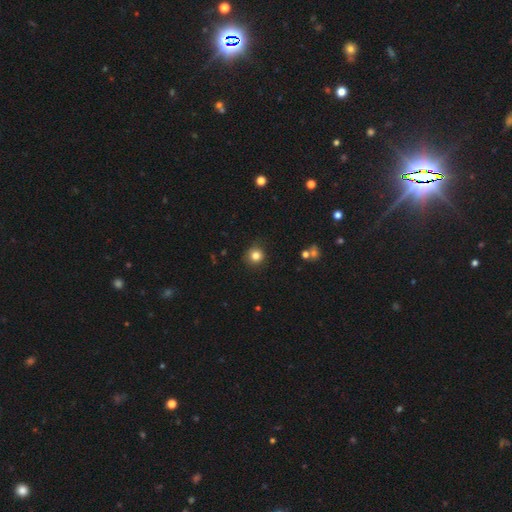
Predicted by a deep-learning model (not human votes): This appears to be a smooth galaxy with no disk features (82%) that is round (92%). Merging: none (85%).